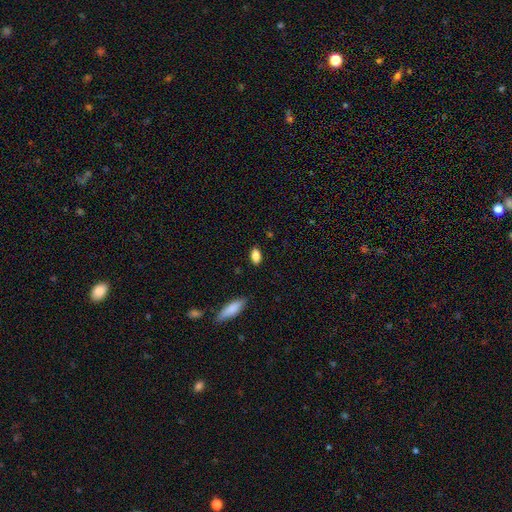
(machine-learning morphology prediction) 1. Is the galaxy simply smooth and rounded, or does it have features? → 85% smooth, 8% star or artifact, 7% featured or disk.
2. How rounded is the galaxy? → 88% in between, 7% cigar-shaped, 4% round.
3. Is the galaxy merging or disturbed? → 85% none, 11% minor disturbance, 2% major disturbance, 2% merger.